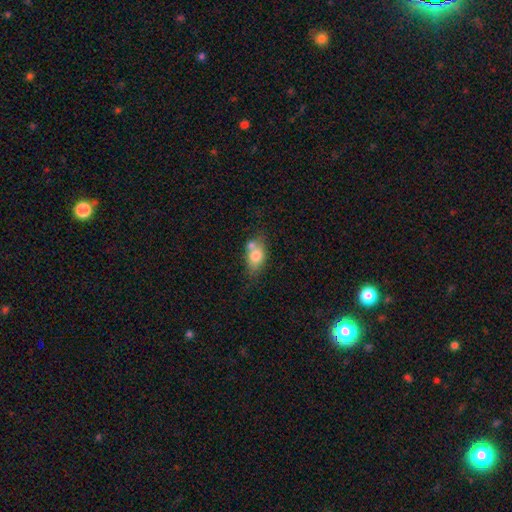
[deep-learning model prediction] This appears to be a smooth galaxy with no disk features (73%) that is in between round and cigar-shaped (81%). Merging: none (46%).